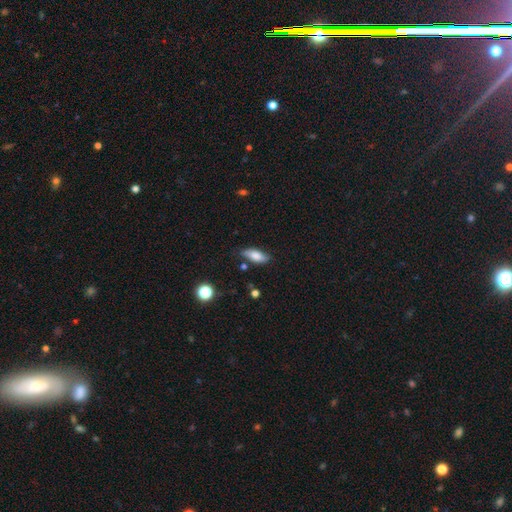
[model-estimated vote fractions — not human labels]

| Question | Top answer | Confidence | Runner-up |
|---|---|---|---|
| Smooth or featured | smooth | 74% | featured or disk (18%) |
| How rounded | in between | 75% | cigar-shaped (22%) |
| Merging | none | 70% | minor disturbance (22%) |